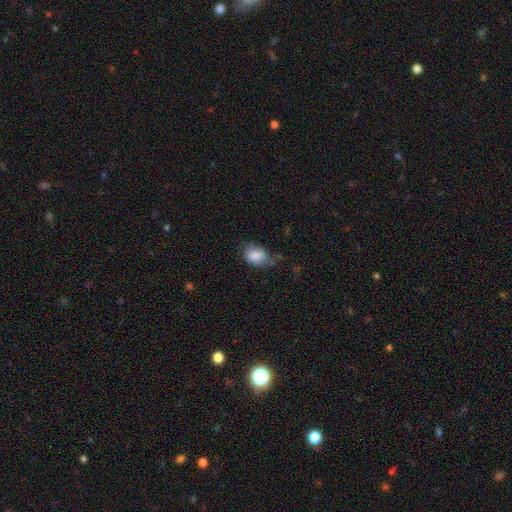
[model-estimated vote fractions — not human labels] smooth_or_featured: smooth (p=0.80) [alt: featured or disk p=0.12]
how_rounded: in between (p=0.74) [alt: round p=0.25]
merging: none (p=0.46) [alt: minor disturbance p=0.34]